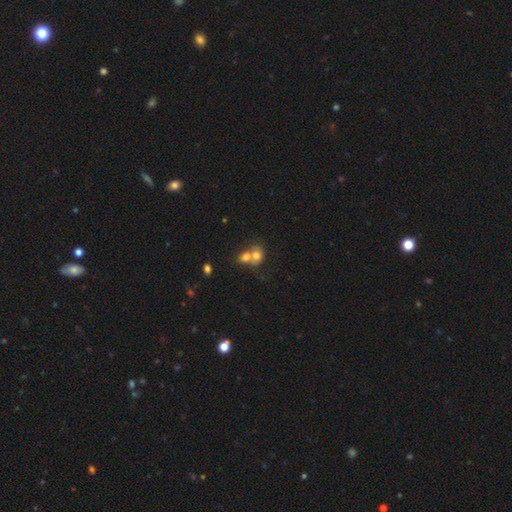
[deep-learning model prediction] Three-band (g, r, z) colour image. It shows a smooth galaxy with no disk features (72%) that is round (56%). Merging: merger (68%).